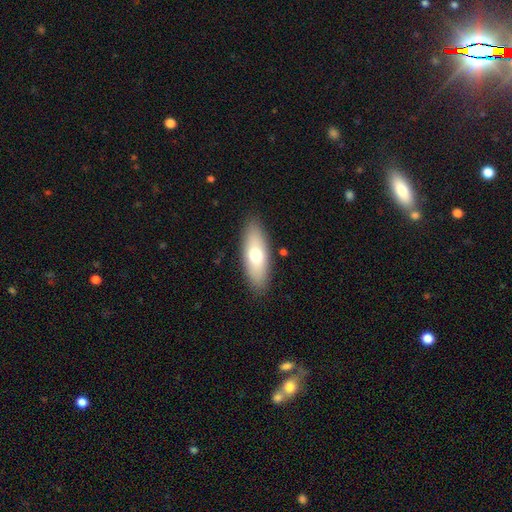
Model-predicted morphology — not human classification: Smooth or featured?
  - smooth: 67% *
  - featured or disk: 27%
  - star or artifact: 7%
How rounded?
  - in between: 69% *
  - cigar-shaped: 29%
  - round: 3%
Merging?
  - none: 87% *
  - minor disturbance: 9%
  - major disturbance: 3%
  - merger: 1%